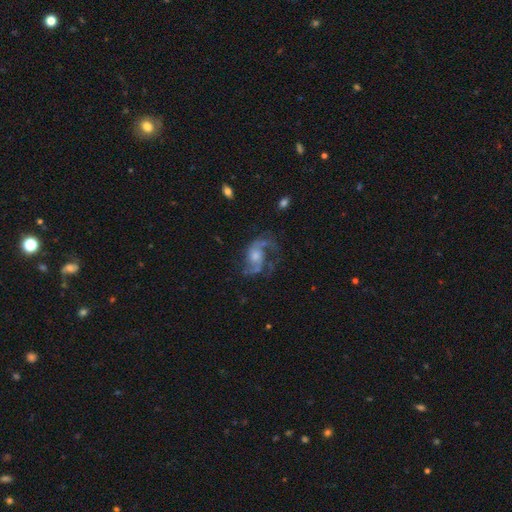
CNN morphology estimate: type=featured or disk (84%); edge-on=no (97%); bar=no (66%); spiral arms=yes (95%); winding=medium (47%); arm count=2 (60%); bulge=moderate (50%); merging=none (60%).